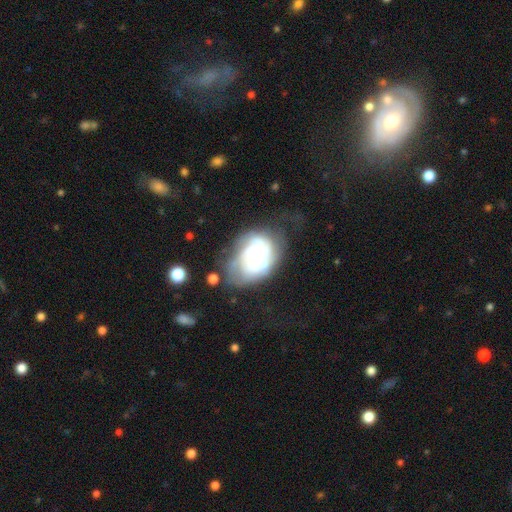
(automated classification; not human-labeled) Smooth or featured?
  - featured or disk: 74% *
  - smooth: 19%
  - star or artifact: 7%
Edge-on disk?
  - no: 97% *
  - yes: 3%
Bar?
  - no: 79% *
  - weak: 18%
  - strong: 4%
Spiral arms?
  - yes: 71% *
  - no: 29%
Spiral winding?
  - tight: 56% *
  - medium: 31%
  - loose: 13%
Spiral arm count?
  - can't tell: 45% *
  - 2: 28%
  - 3: 12%
  - 1: 8%
  - 4: 4%
  - more than 4: 3%
Bulge size?
  - moderate: 46% *
  - small: 39%
  - large: 8%
  - none: 5%
  - dominant: 2%
Merging?
  - none: 40% *
  - minor disturbance: 26%
  - major disturbance: 24%
  - merger: 10%